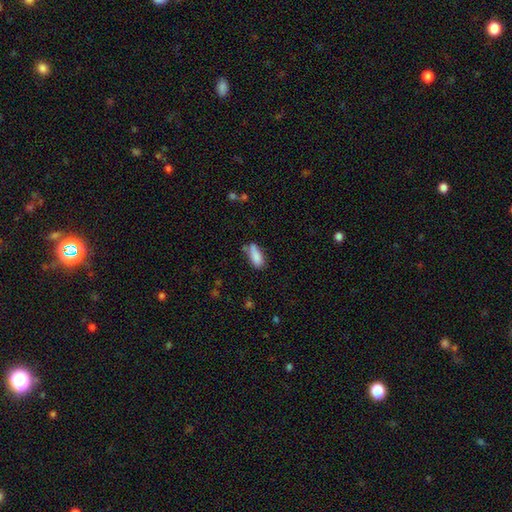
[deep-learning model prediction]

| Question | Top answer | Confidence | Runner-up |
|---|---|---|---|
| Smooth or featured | smooth | 85% | star or artifact (8%) |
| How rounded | in between | 72% | cigar-shaped (25%) |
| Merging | none | 58% | minor disturbance (25%) |